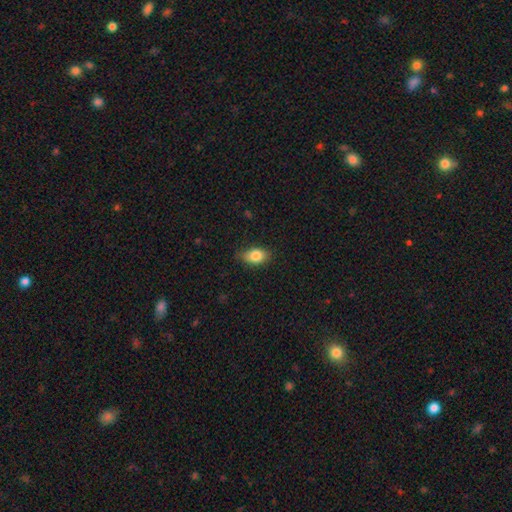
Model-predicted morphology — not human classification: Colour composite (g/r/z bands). It shows a smooth galaxy with no disk features (84%) that is in between round and cigar-shaped (85%). Merging: none (76%).